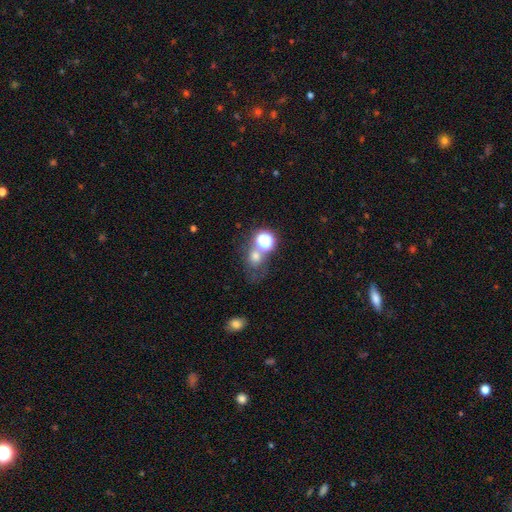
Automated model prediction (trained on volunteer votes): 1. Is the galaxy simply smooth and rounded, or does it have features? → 59% smooth, 27% star or artifact, 13% featured or disk.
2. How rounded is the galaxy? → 73% round, 26% in between, 1% cigar-shaped.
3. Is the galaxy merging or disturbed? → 46% none, 30% merger, 12% minor disturbance, 11% major disturbance.